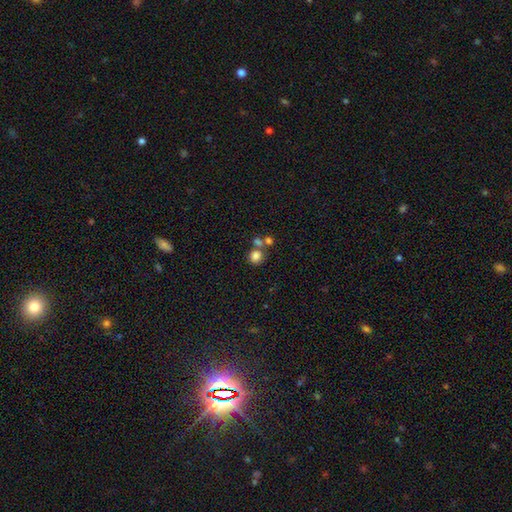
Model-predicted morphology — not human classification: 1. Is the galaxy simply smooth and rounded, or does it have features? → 80% smooth, 12% star or artifact, 8% featured or disk.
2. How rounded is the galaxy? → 88% round, 11% in between, 1% cigar-shaped.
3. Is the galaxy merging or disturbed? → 59% none, 29% merger, 8% minor disturbance, 4% major disturbance.